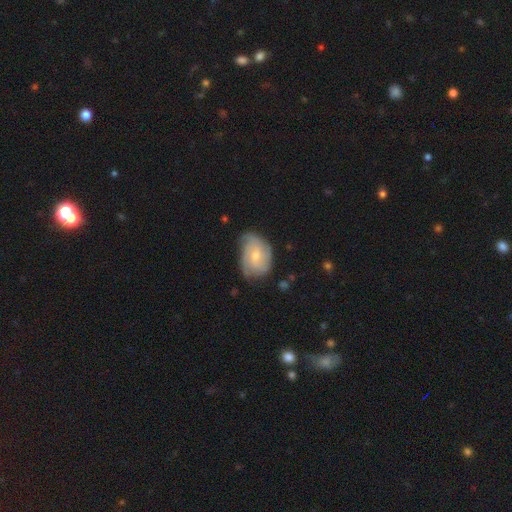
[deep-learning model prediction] Smooth or featured? featured or disk (63%)
Edge-on disk? no (97%)
Bar? no (61%)
Spiral arms? yes (88%)
Spiral winding? tight (46%)
Spiral arm count? can't tell (32%)
Bulge size? small (56%)
Merging? none (59%)